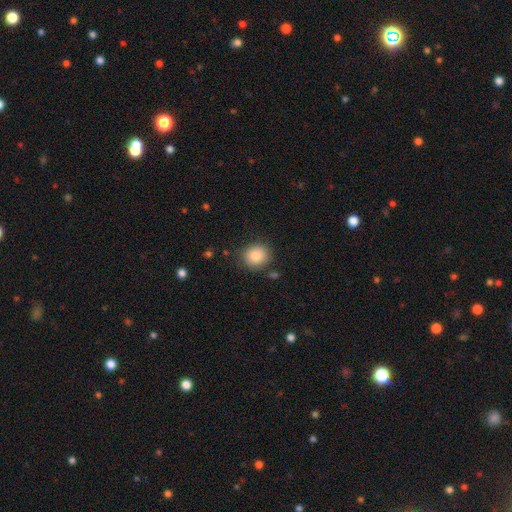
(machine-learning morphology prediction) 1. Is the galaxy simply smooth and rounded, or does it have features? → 85% smooth, 9% star or artifact, 6% featured or disk.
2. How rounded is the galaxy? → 83% round, 16% in between, 1% cigar-shaped.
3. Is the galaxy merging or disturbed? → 84% none, 11% minor disturbance, 3% major disturbance, 2% merger.